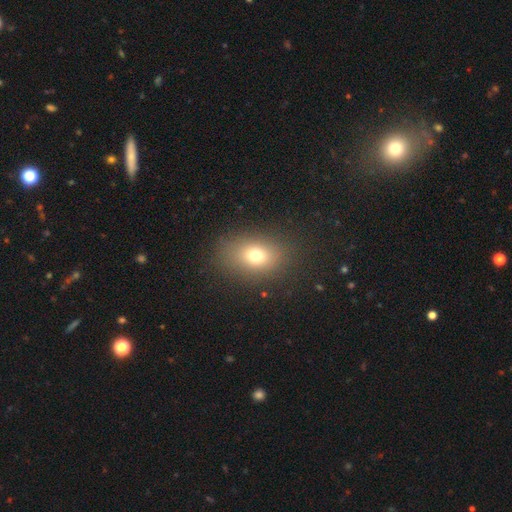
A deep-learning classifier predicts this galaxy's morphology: A smooth galaxy with no disk features (72%) that is in between round and cigar-shaped (64%).

Vote fractions:
- Smooth or featured? smooth: 72% / star or artifact: 16% / featured or disk: 12%
- How rounded? in between: 64% / round: 35% / cigar-shaped: 1%
- Merging? none: 84% / minor disturbance: 10% / major disturbance: 5% / merger: 1%